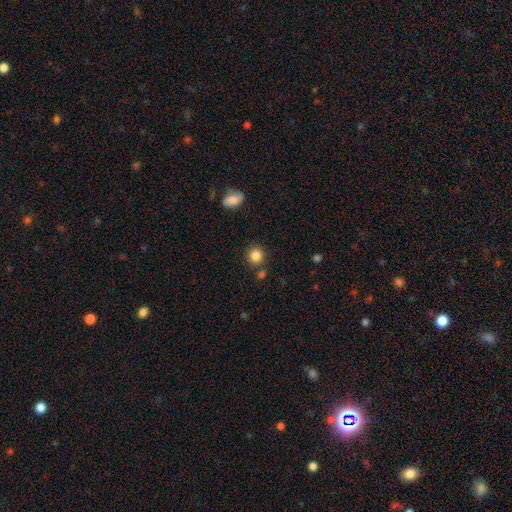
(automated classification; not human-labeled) A smooth galaxy with no disk features (85%) that is round (89%). Merging: none (83%).